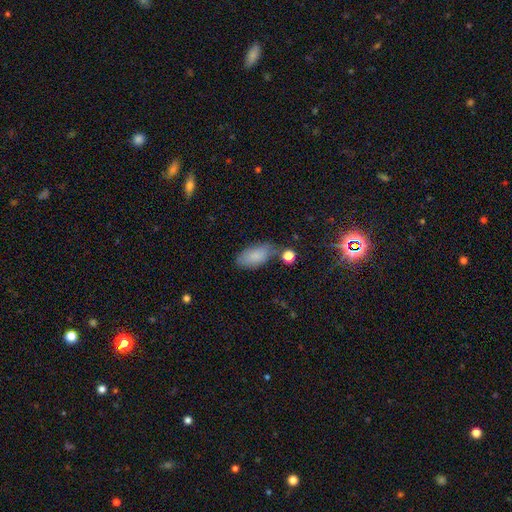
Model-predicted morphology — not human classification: smooth-or-featured: smooth: 83% | featured or disk: 9% | star or artifact: 8%
  how-rounded: in between: 91% | cigar-shaped: 6% | round: 3%
  merging: none: 65% | minor disturbance: 21% | merger: 8% | major disturbance: 6%